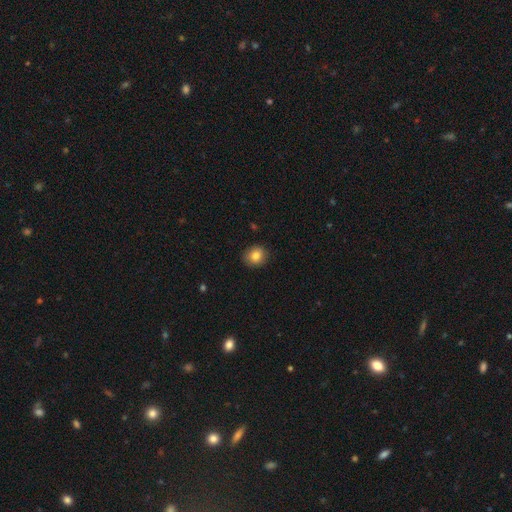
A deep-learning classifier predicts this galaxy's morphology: Overall: smooth (83%). How rounded: round (74%). Merging: none (88%).